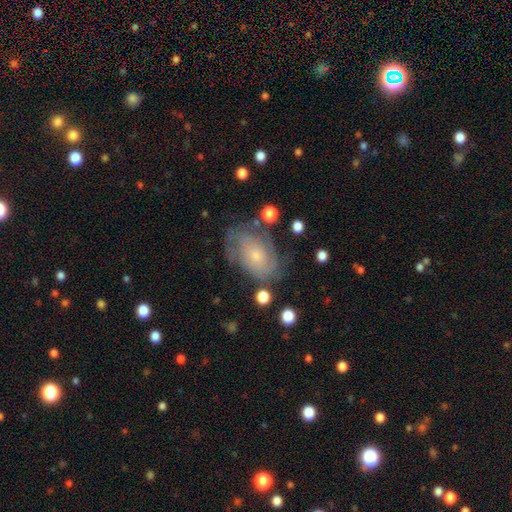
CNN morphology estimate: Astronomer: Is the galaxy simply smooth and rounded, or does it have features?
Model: featured or disk — 66%.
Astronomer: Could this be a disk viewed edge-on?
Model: no — 96%.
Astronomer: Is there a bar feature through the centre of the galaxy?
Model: no — 80%.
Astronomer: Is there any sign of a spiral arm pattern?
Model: yes — 83%.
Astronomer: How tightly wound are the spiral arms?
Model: tight — 57%.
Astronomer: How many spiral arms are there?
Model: can't tell — 49% (runner-up: 2, 27%).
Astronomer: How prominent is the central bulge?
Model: small — 73%.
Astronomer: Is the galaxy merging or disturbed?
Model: none — 62%.